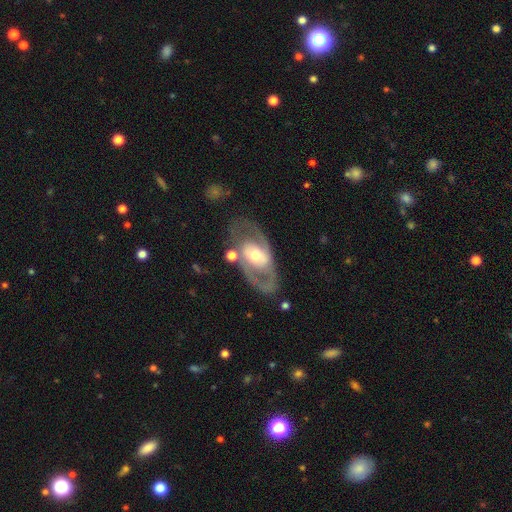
Smooth or featured? featured or disk (85%)
Edge-on disk? no (85%)
Bar? no (48%)
Spiral arms? yes (62%)
Spiral winding? tight (44%)
Spiral arm count? 2 (56%)
Bulge size? moderate (83%)
Merging? none (54%)